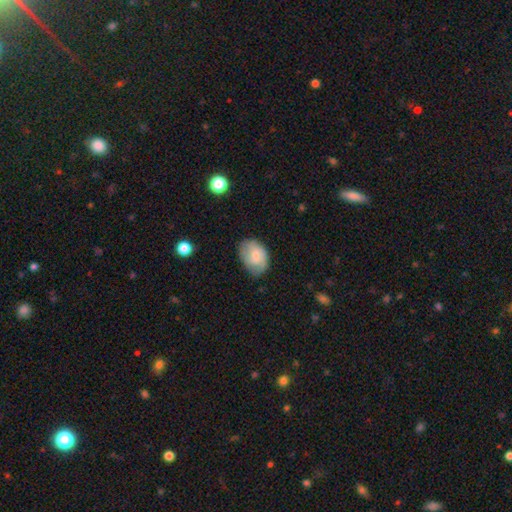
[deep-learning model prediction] smooth 62%, featured or disk 31%, star or artifact 7%. Down the decision tree: how rounded — in between (77%); merging — none (69%).